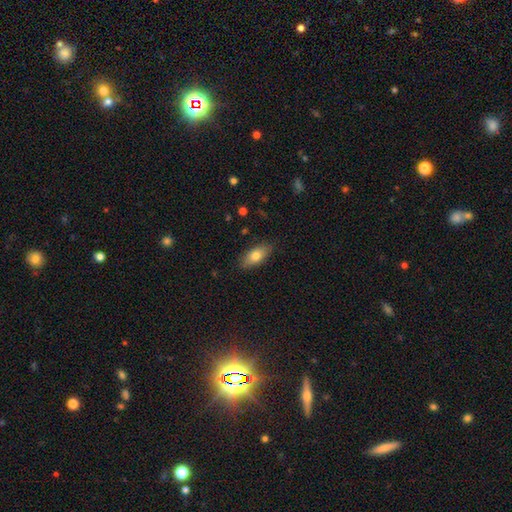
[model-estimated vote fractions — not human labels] Overall: smooth (76%). How rounded: in between (87%). Merging: none (84%).